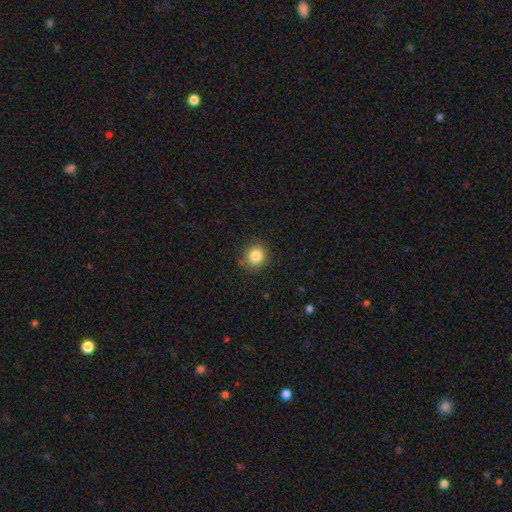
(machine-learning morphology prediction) Smooth or featured? smooth (85%)
How rounded? round (88%)
Merging? none (87%)